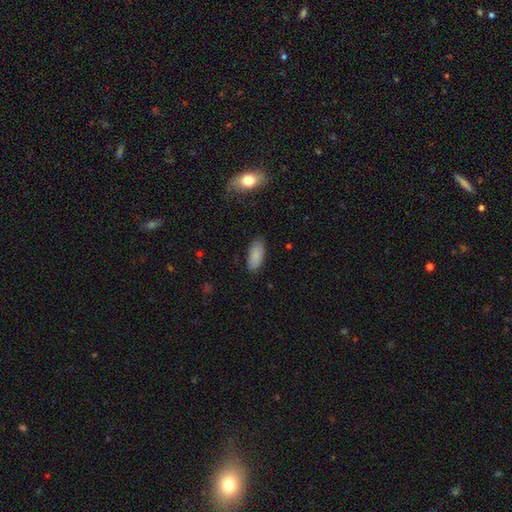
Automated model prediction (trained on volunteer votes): smooth 87%, star or artifact 7%, featured or disk 6%. Down the decision tree: how rounded — in between (90%); merging — none (84%).